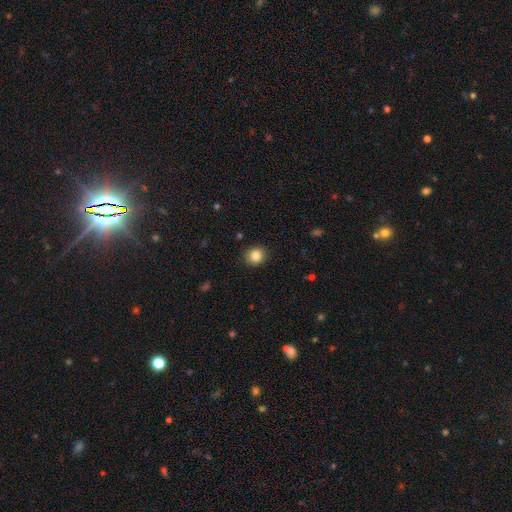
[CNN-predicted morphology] A smooth galaxy with no disk features (85%) that is round (86%). Merging: none (89%).